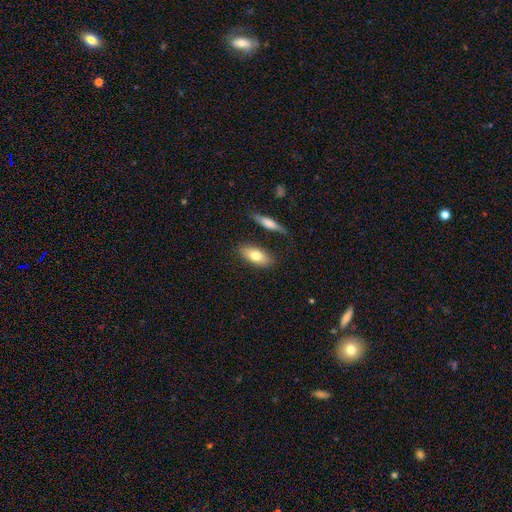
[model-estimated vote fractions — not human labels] smooth 75%, featured or disk 18%, star or artifact 7%. Down the decision tree: how rounded — in between (81%); merging — none (79%).